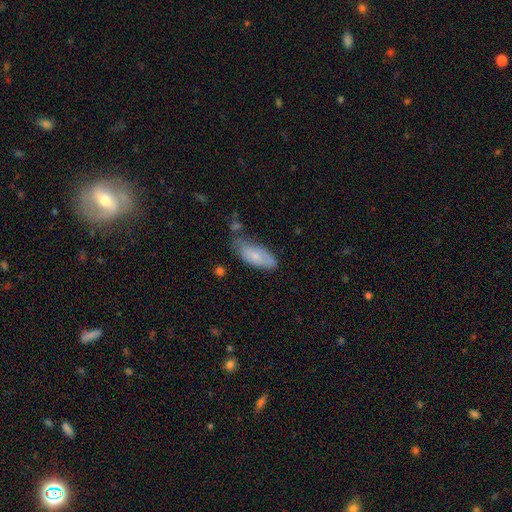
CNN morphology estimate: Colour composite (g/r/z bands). It shows a smooth galaxy with no disk features (69%) that is in between round and cigar-shaped (83%). Merging: none (51%).